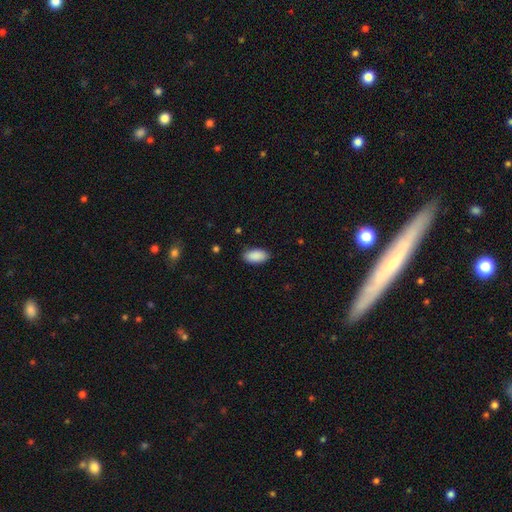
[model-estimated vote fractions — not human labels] smooth_or_featured: smooth (p=0.91) [alt: star or artifact p=0.06]
how_rounded: in between (p=0.95) [alt: cigar-shaped p=0.03]
merging: none (p=0.87) [alt: minor disturbance p=0.10]